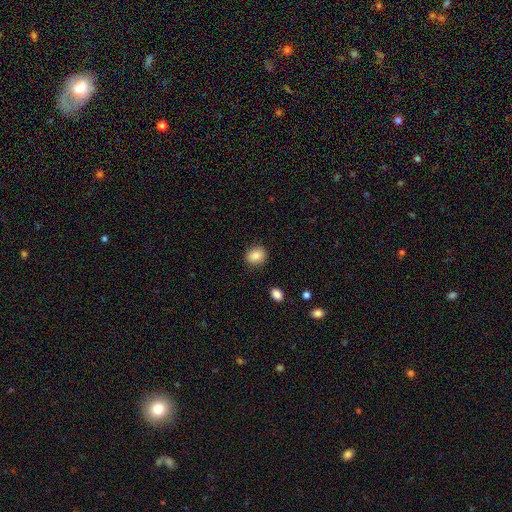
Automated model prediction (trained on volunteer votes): smooth 86%, star or artifact 9%, featured or disk 6%. Down the decision tree: how rounded — round (52%); merging — none (87%).